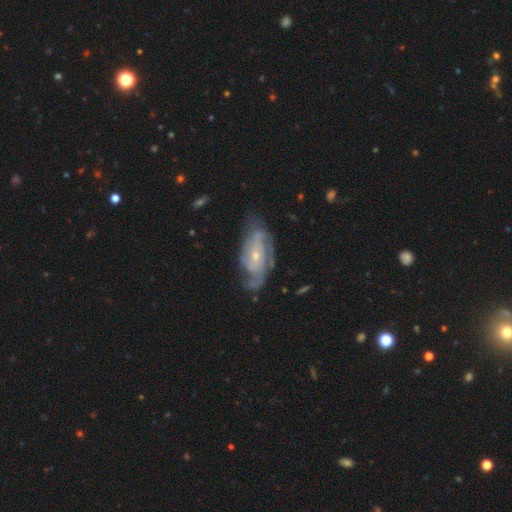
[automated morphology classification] Smooth or featured?
  - featured or disk: 81% *
  - smooth: 13%
  - star or artifact: 5%
Edge-on disk?
  - no: 93% *
  - yes: 7%
Bar?
  - no: 64% *
  - weak: 28%
  - strong: 8%
Spiral arms?
  - yes: 92% *
  - no: 8%
Spiral winding?
  - tight: 49% *
  - medium: 39%
  - loose: 12%
Spiral arm count?
  - 2: 35% *
  - can't tell: 29%
  - 3: 21%
  - 4: 7%
  - 1: 4%
  - more than 4: 3%
Bulge size?
  - small: 65% *
  - moderate: 31%
  - none: 2%
  - large: 1%
  - dominant: 1%
Merging?
  - none: 63% *
  - minor disturbance: 24%
  - major disturbance: 11%
  - merger: 2%